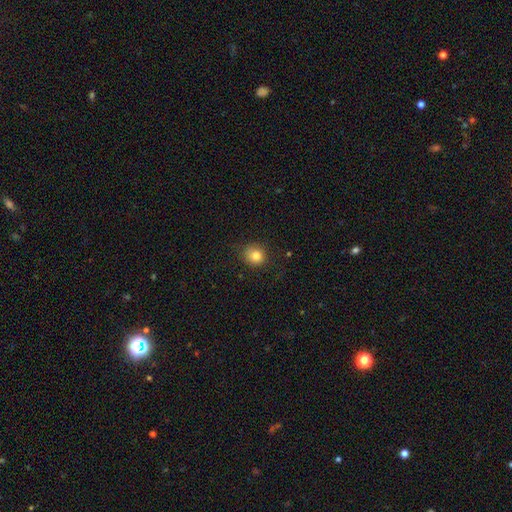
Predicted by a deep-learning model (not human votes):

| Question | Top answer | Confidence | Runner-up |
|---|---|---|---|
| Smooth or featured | smooth | 81% | star or artifact (11%) |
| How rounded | round | 86% | in between (13%) |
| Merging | none | 82% | minor disturbance (13%) |